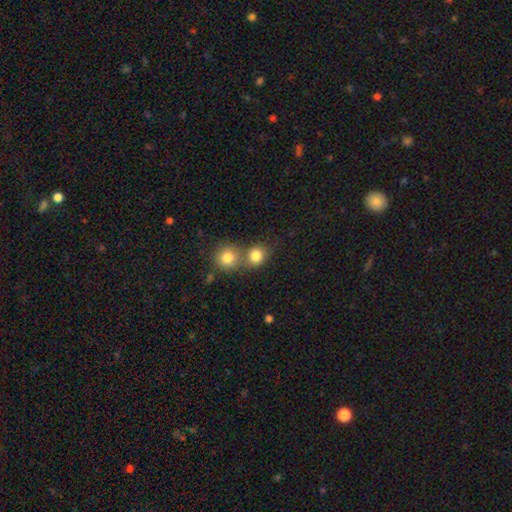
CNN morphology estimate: Smooth or featured?
  - smooth: 82% *
  - star or artifact: 10%
  - featured or disk: 8%
How rounded?
  - round: 79% *
  - in between: 20%
  - cigar-shaped: 1%
Merging?
  - merger: 48% *
  - none: 41%
  - minor disturbance: 7%
  - major disturbance: 3%